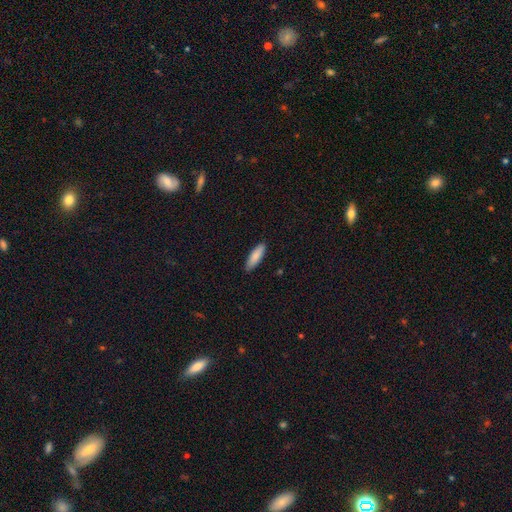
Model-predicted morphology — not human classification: Smooth or featured: smooth — 86% (featured or disk — 8%)
How rounded: cigar-shaped — 54% (in between — 45%)
Merging: none — 89% (minor disturbance — 8%)